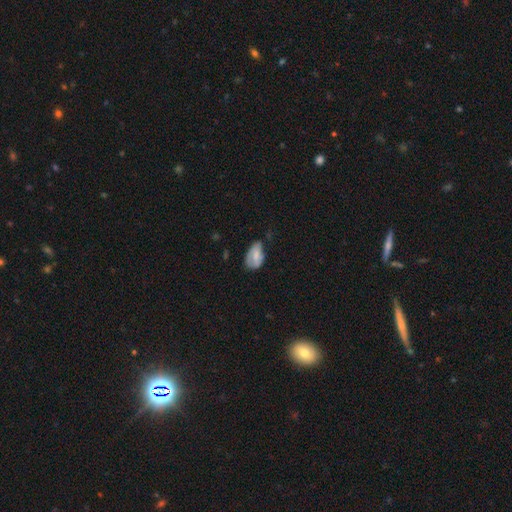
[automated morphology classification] Smooth or featured: smooth — 62% (featured or disk — 30%)
How rounded: in between — 91% (round — 7%)
Merging: minor disturbance — 41% (none — 36%)